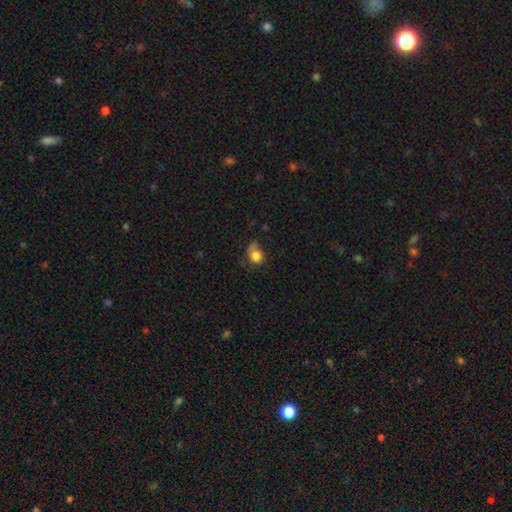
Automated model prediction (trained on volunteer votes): Smooth or featured? smooth (78%)
How rounded? round (71%)
Merging? none (43%)